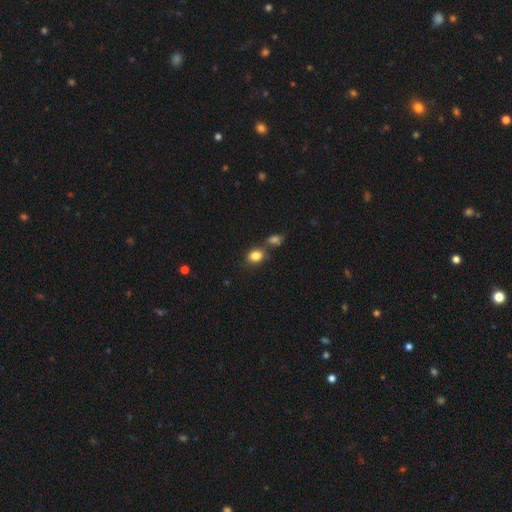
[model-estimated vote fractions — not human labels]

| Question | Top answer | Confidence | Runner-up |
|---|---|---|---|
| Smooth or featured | smooth | 83% | star or artifact (10%) |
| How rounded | in between | 58% | round (41%) |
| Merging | none | 64% | merger (19%) |